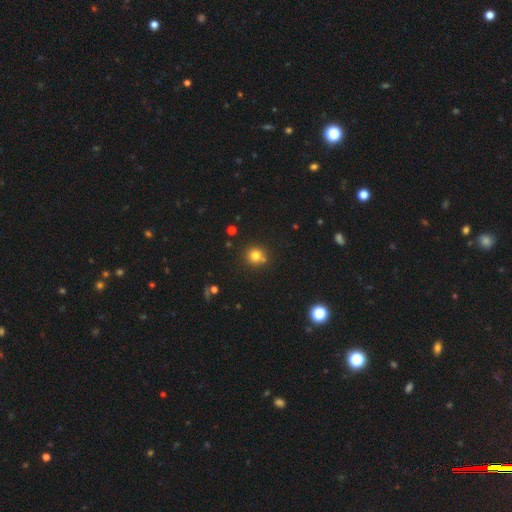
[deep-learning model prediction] smooth 78%, star or artifact 15%, featured or disk 7%. Down the decision tree: how rounded — round (92%); merging — none (75%).